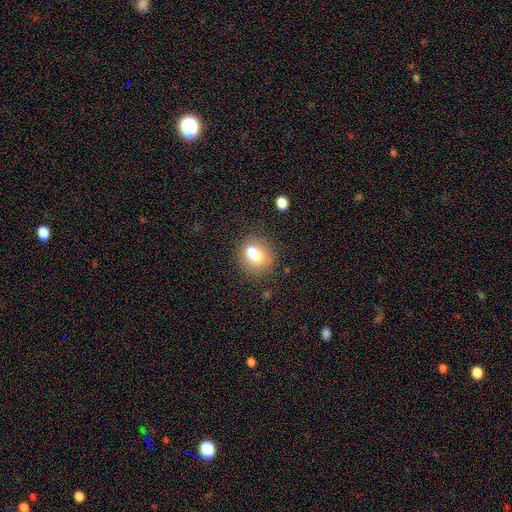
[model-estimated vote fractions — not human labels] Smooth or featured?
  - smooth: 70% *
  - featured or disk: 19%
  - star or artifact: 11%
How rounded?
  - in between: 51% *
  - round: 46%
  - cigar-shaped: 3%
Merging?
  - none: 52% *
  - merger: 23%
  - minor disturbance: 17%
  - major disturbance: 8%